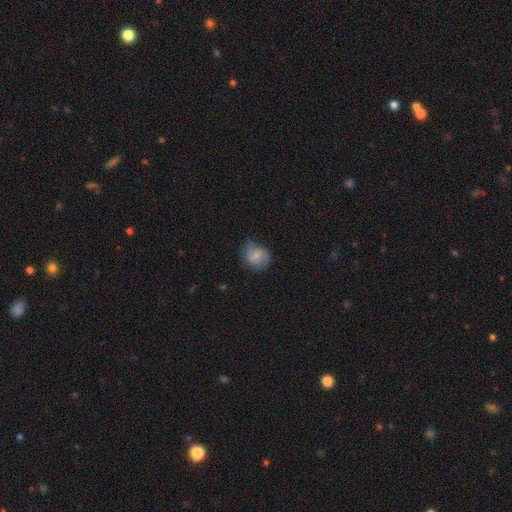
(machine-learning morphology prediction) This is likely a smooth galaxy (66%). How rounded: possibly round (56%). Merging: possibly none (56%).